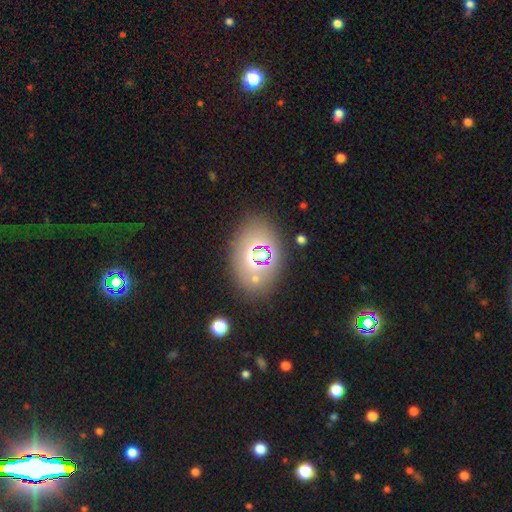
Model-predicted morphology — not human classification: Smooth or featured?
  - smooth: 48% *
  - star or artifact: 32%
  - featured or disk: 20%
Merging?
  - none: 77% *
  - minor disturbance: 11%
  - major disturbance: 6%
  - merger: 6%